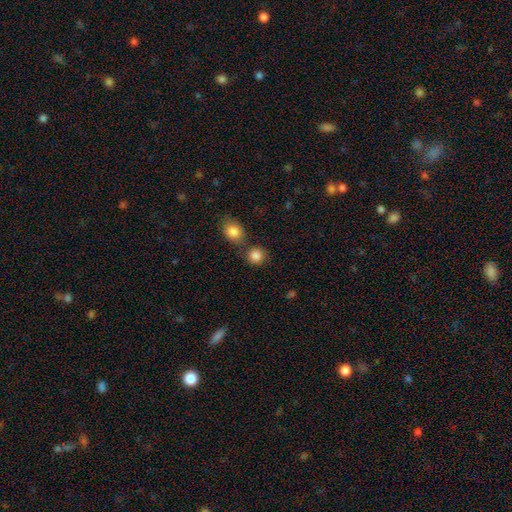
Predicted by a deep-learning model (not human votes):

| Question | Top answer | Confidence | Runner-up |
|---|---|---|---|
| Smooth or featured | smooth | 85% | star or artifact (10%) |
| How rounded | round | 85% | in between (14%) |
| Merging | none | 64% | merger (24%) |